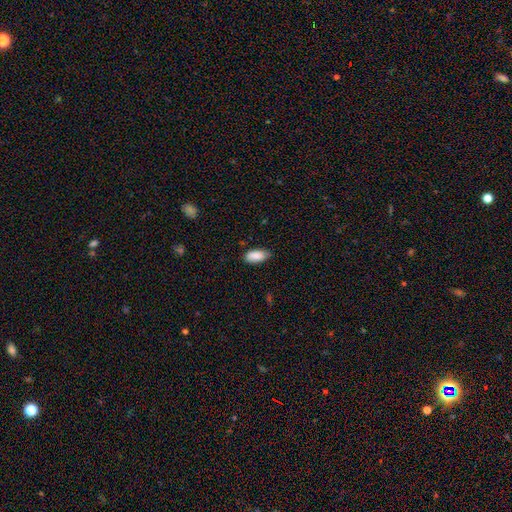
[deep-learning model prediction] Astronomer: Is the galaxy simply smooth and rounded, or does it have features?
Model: smooth — 87%.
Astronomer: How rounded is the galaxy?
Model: in between — 91%.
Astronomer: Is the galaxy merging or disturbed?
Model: none — 74%.